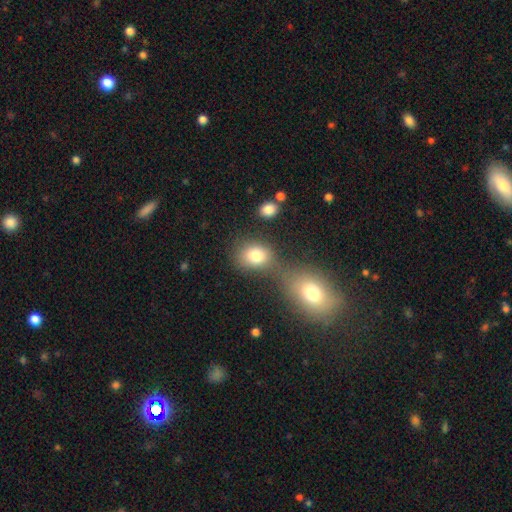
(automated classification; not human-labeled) smooth-or-featured: smooth: 80% | star or artifact: 11% | featured or disk: 9%
  how-rounded: round: 50% | in between: 49% | cigar-shaped: 1%
  merging: none: 52% | merger: 31% | minor disturbance: 12% | major disturbance: 6%